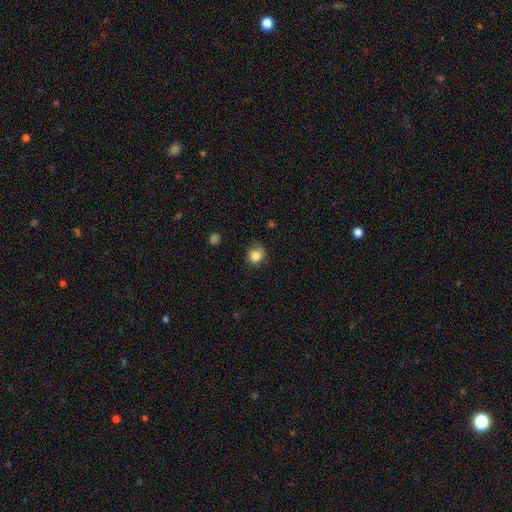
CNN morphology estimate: A smooth galaxy with no disk features (84%) that is round (76%). Merging: none (73%).